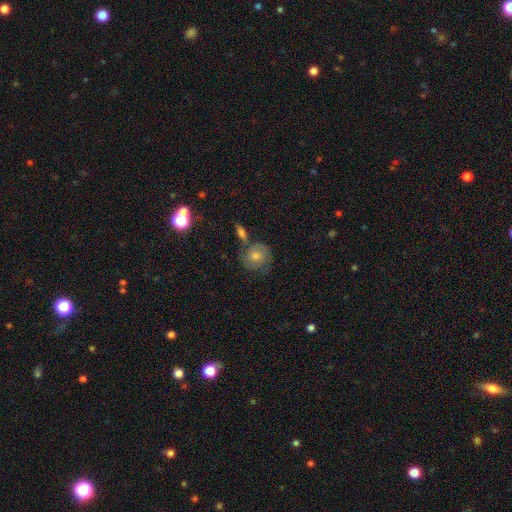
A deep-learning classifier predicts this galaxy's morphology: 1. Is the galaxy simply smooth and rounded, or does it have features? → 48% featured or disk, 36% smooth, 16% star or artifact.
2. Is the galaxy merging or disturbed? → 70% none, 14% minor disturbance, 10% merger, 5% major disturbance.